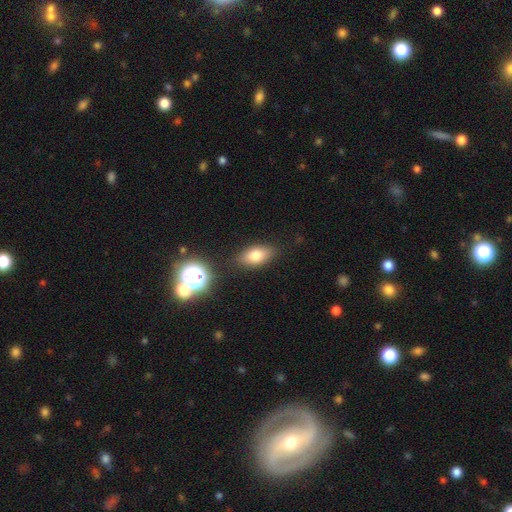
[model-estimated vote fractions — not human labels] smooth_or_featured: smooth (p=0.75) [alt: featured or disk p=0.13]
how_rounded: in between (p=0.85) [alt: round p=0.10]
merging: none (p=0.83) [alt: minor disturbance p=0.11]